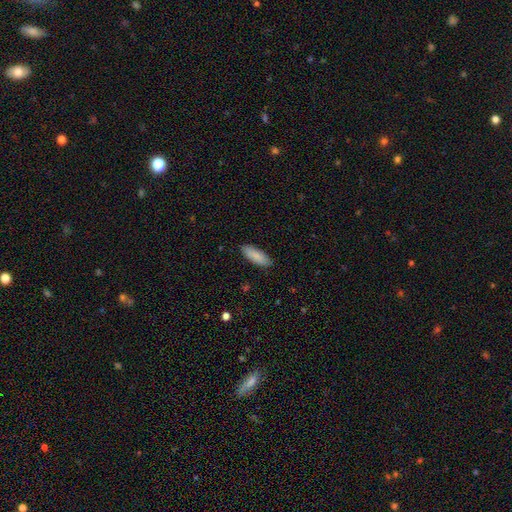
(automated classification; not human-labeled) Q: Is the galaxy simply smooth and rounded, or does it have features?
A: smooth — 88%.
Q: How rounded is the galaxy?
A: in between — 67%.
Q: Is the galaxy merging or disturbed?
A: none — 87%.